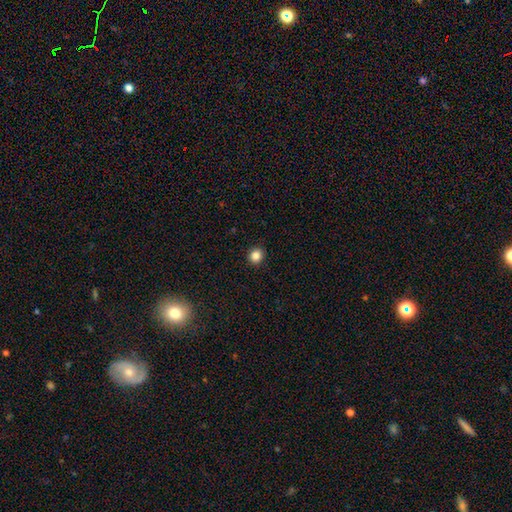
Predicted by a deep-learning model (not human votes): A smooth galaxy with no disk features (85%) that is round (89%).

Vote fractions:
- Smooth or featured? smooth: 85% / star or artifact: 11% / featured or disk: 4%
- How rounded? round: 89% / in between: 10% / cigar-shaped: 1%
- Merging? none: 92% / minor disturbance: 5% / major disturbance: 2% / merger: 1%